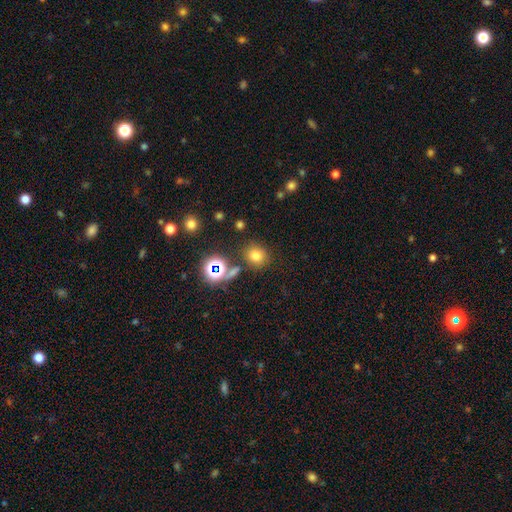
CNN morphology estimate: A smooth galaxy with no disk features (70%) that is round (84%).

Vote fractions:
- Smooth or featured? smooth: 70% / star or artifact: 22% / featured or disk: 8%
- How rounded? round: 84% / in between: 15% / cigar-shaped: 1%
- Merging? none: 78% / minor disturbance: 10% / merger: 8% / major disturbance: 4%